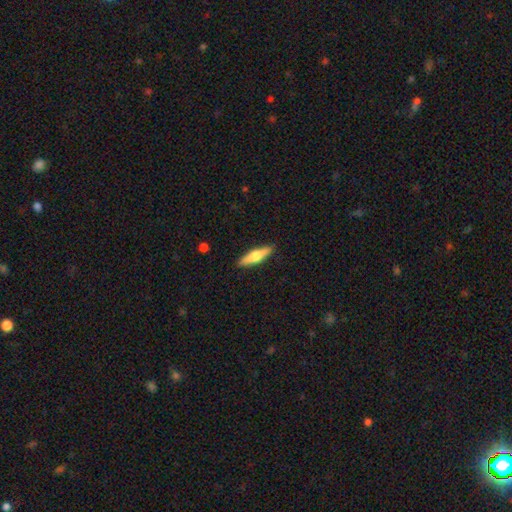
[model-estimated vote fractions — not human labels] Q: Smooth or featured?
A: smooth (52%); runner-up: featured or disk (43%)
Q: How rounded?
A: cigar-shaped (71%); runner-up: in between (27%)
Q: Merging?
A: none (90%); runner-up: minor disturbance (8%)